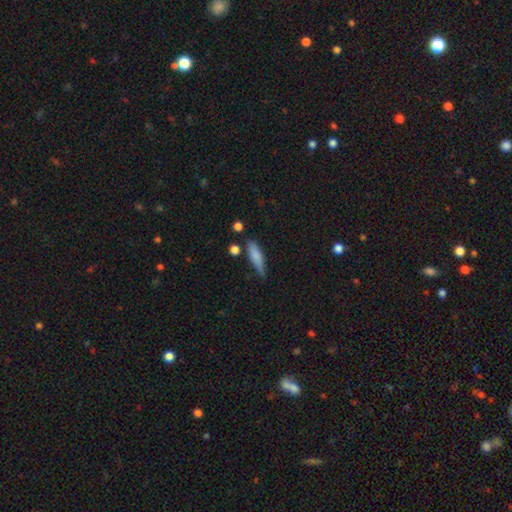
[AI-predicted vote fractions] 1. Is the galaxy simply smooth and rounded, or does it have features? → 77% smooth, 16% featured or disk, 7% star or artifact.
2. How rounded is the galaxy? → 61% cigar-shaped, 36% in between, 2% round.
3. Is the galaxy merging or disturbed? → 69% none, 21% minor disturbance, 5% merger, 5% major disturbance.